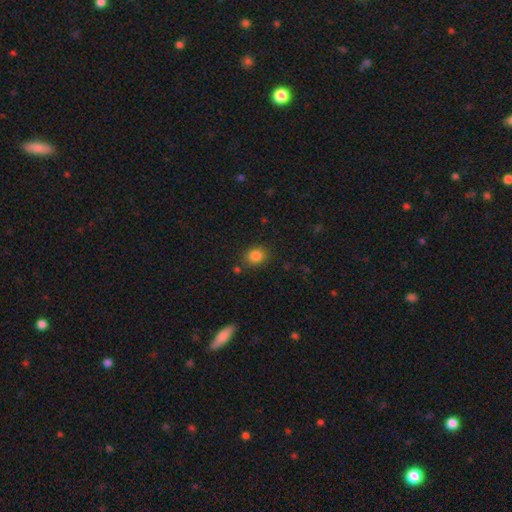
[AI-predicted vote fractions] A smooth galaxy with no disk features (85%) that is round (67%).

Vote fractions:
- Smooth or featured? smooth: 85% / star or artifact: 11% / featured or disk: 5%
- How rounded? round: 67% / in between: 32% / cigar-shaped: 1%
- Merging? none: 83% / minor disturbance: 11% / merger: 3% / major disturbance: 3%